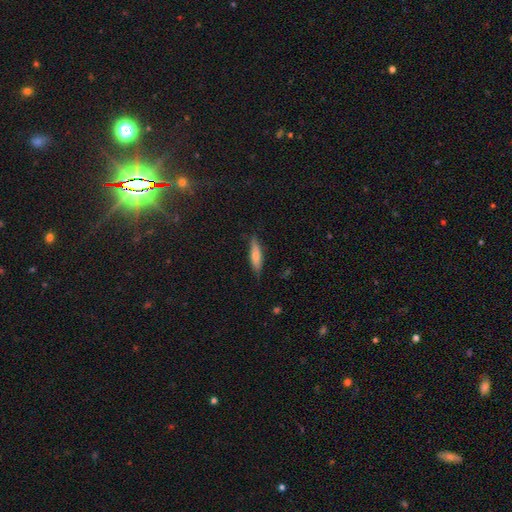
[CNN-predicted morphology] The model was most divided on "smooth or featured": smooth: 66%, featured or disk: 28%, star or artifact: 6%. More confident: merging — none (81%); how rounded — cigar-shaped (74%).